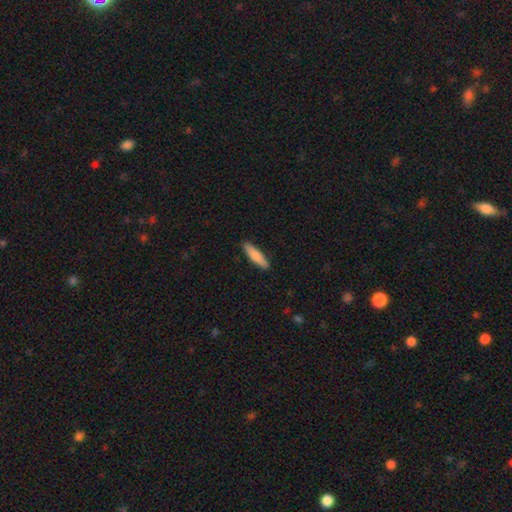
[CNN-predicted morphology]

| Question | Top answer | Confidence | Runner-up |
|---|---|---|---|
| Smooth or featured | smooth | 80% | featured or disk (15%) |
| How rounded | cigar-shaped | 76% | in between (22%) |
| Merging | none | 89% | minor disturbance (8%) |